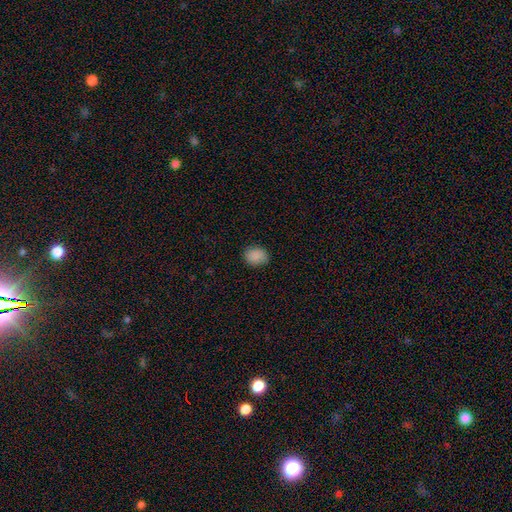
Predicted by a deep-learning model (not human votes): A smooth galaxy with no disk features (88%) that is in between round and cigar-shaped (51%). Merging: none (83%).